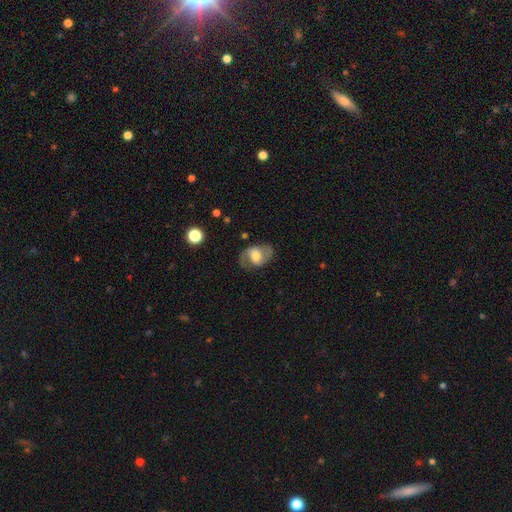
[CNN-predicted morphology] Q: Smooth or featured?
A: featured or disk (63%); runner-up: smooth (29%)
Q: Edge-on disk?
A: no (96%); runner-up: yes (4%)
Q: Bar?
A: no (50%); runner-up: weak (37%)
Q: Spiral arms?
A: yes (81%); runner-up: no (19%)
Q: Bulge size?
A: moderate (56%); runner-up: large (24%)
Q: Merging?
A: none (71%); runner-up: minor disturbance (17%)